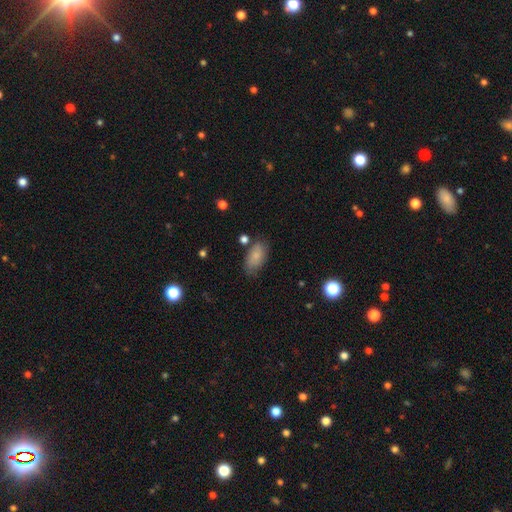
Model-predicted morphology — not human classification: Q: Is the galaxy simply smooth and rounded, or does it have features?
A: smooth — 81%.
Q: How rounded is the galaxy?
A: in between — 92%.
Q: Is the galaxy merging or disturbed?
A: none — 70%.